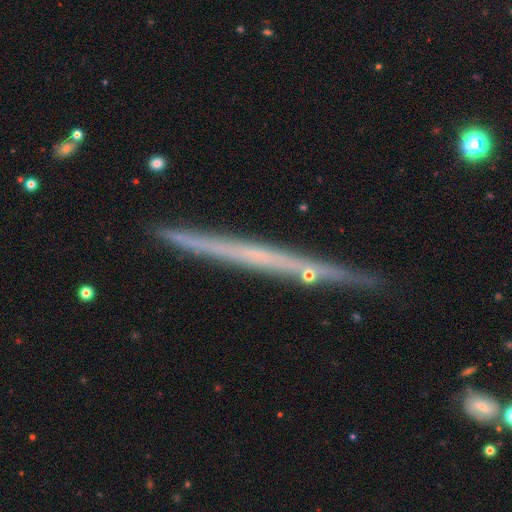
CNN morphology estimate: A featured or disk galaxy (63%) viewed edge-on (96%) with no central bulge (90%).

Vote fractions:
- Smooth or featured? featured or disk: 63% / smooth: 27% / star or artifact: 9%
- Edge-on disk? yes: 96% / no: 4%
- Edge-on bulge? none: 90% / rounded: 7% / boxy: 3%
- Merging? none: 85% / minor disturbance: 11% / merger: 2% / major disturbance: 2%